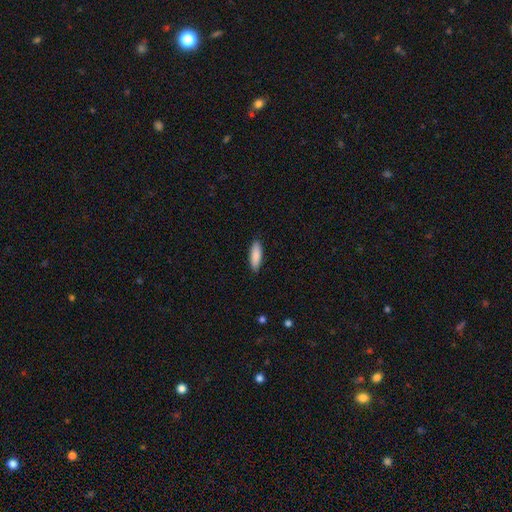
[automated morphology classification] The model was most divided on "how rounded": in between: 54%, cigar-shaped: 44%, round: 1%. More confident: merging — none (89%); smooth or featured — smooth (89%).